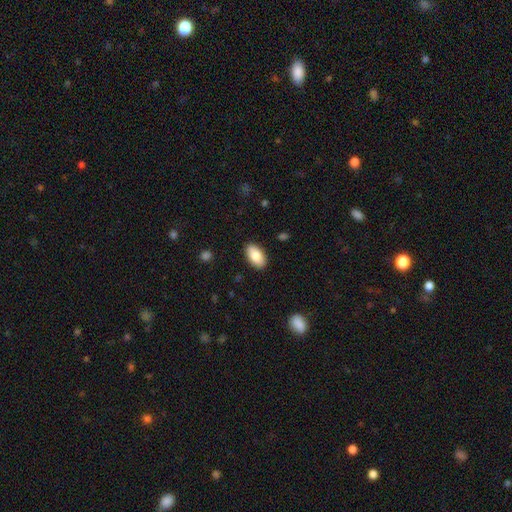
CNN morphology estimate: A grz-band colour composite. It shows a smooth galaxy with no disk features (83%) that is in between round and cigar-shaped (94%). Merging: none (88%).